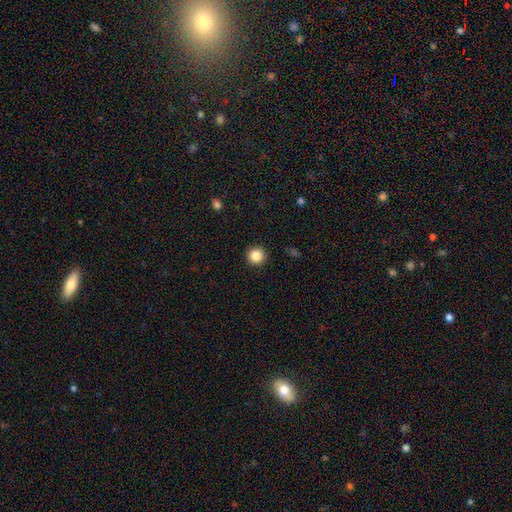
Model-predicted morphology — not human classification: The model was most divided on "smooth or featured": smooth: 85%, star or artifact: 10%, featured or disk: 4%. More confident: how rounded — round (95%); merging — none (93%).